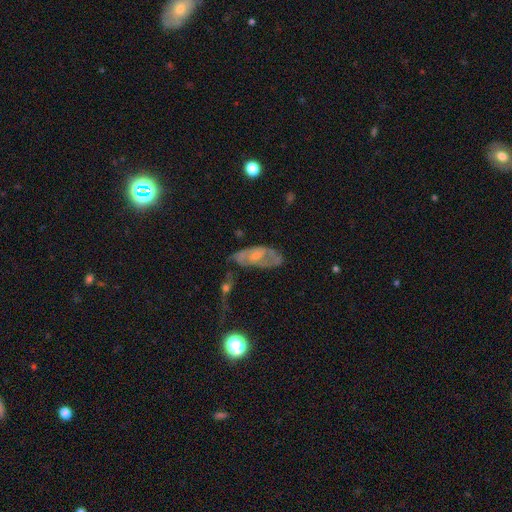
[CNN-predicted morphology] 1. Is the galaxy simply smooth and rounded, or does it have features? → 65% featured or disk, 26% smooth, 9% star or artifact.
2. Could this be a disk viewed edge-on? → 91% no, 9% yes.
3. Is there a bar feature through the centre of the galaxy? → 60% no, 33% weak, 8% strong.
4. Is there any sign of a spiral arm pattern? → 63% yes, 37% no.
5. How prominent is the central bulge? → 61% small, 29% moderate, 7% none, 2% large, 1% dominant.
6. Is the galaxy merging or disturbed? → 44% none, 26% minor disturbance, 23% major disturbance, 7% merger.